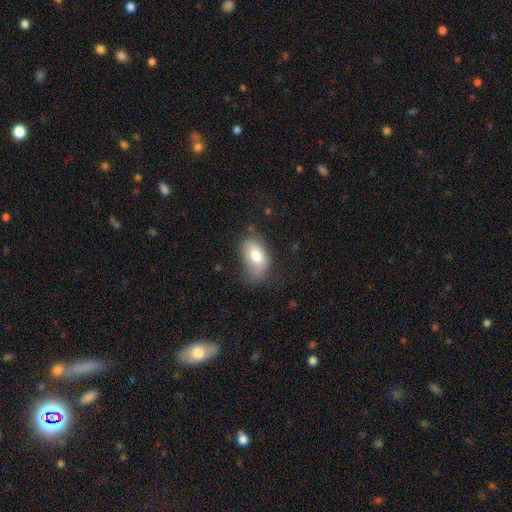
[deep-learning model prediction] The model was most divided on "merging": none: 50%, minor disturbance: 34%, major disturbance: 13%, merger: 2%. More confident: how rounded — in between (91%); smooth or featured — smooth (76%).